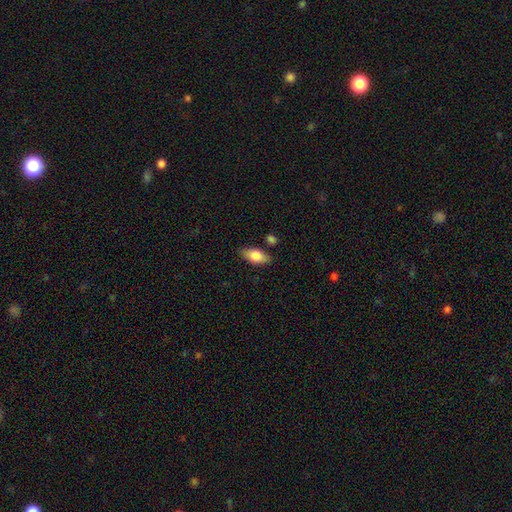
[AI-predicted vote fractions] smooth-or-featured: smooth: 79% | featured or disk: 15% | star or artifact: 6%
  how-rounded: in between: 87% | cigar-shaped: 9% | round: 3%
  merging: none: 80% | minor disturbance: 13% | merger: 4% | major disturbance: 3%